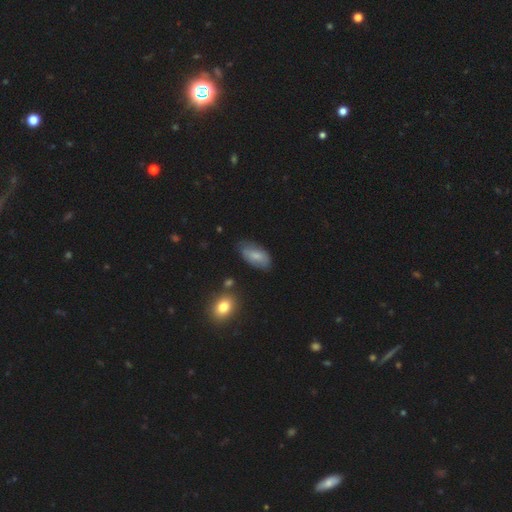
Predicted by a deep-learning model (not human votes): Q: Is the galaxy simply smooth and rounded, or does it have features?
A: smooth — 71%.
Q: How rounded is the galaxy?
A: in between — 92%.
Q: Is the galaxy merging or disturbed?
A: none — 69%.